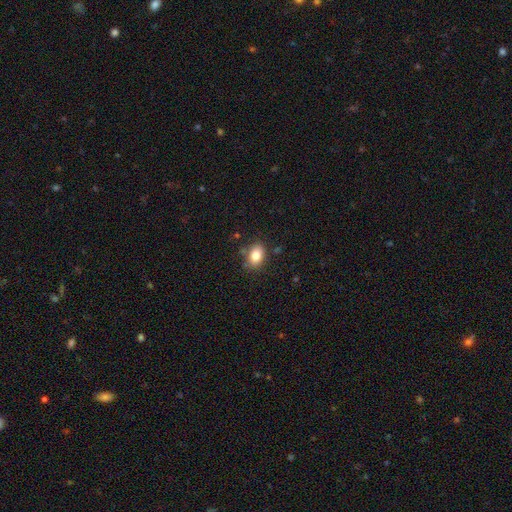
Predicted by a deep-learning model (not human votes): smooth_or_featured: smooth (p=0.83) [alt: star or artifact p=0.09]
how_rounded: in between (p=0.79) [alt: round p=0.19]
merging: none (p=0.79) [alt: minor disturbance p=0.14]